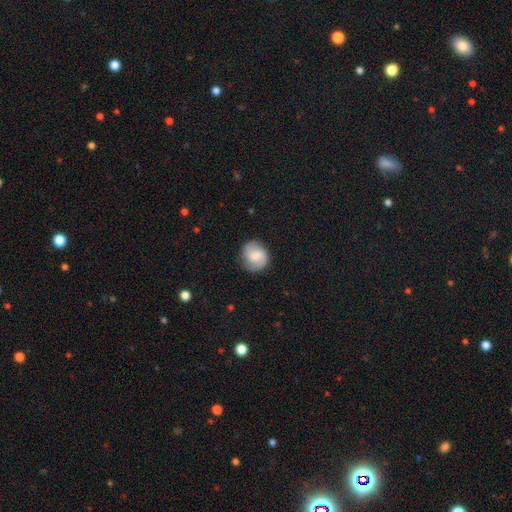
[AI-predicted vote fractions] Smooth or featured? Predicted: featured or disk (p=0.48). Merging? Predicted: none (p=0.77).